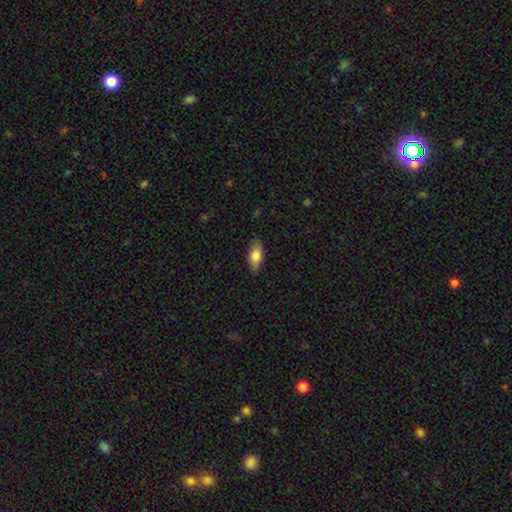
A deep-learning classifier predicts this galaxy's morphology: Smooth or featured? Predicted: smooth (p=0.81). How rounded? Predicted: in between (p=0.87). Merging? Predicted: none (p=0.87).